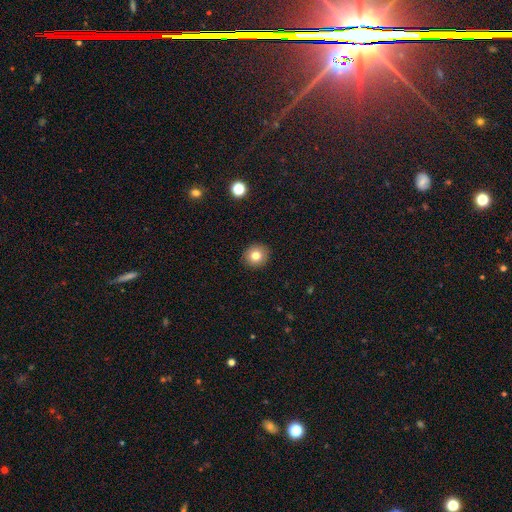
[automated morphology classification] Smooth or featured? Predicted: smooth (p=0.79). How rounded? Predicted: round (p=0.87). Merging? Predicted: none (p=0.92).